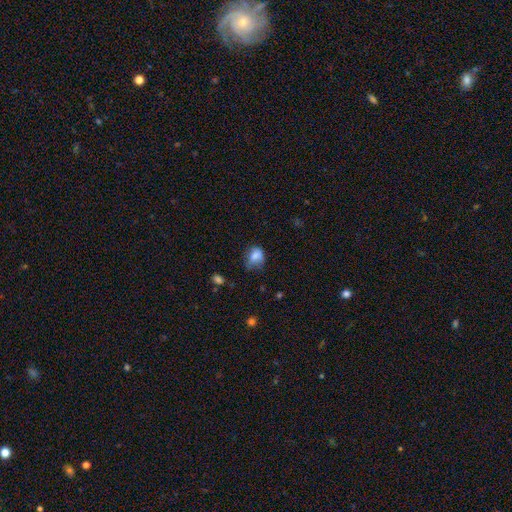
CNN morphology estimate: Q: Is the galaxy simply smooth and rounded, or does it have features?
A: smooth — 78%.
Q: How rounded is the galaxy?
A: in between — 54%.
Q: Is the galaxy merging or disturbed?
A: none — 45%.